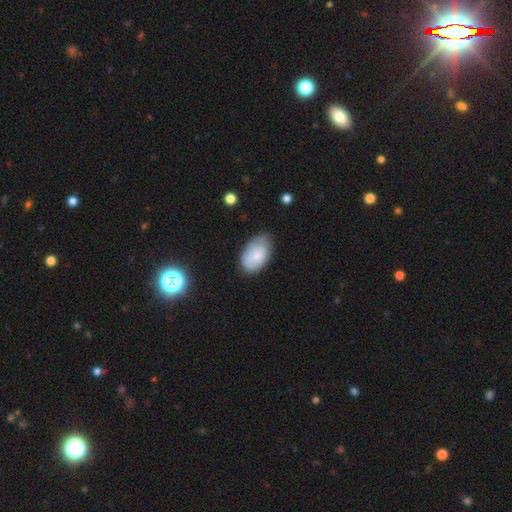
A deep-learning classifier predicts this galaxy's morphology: smooth 71%, featured or disk 22%, star or artifact 7%. Down the decision tree: how rounded — in between (91%); merging — none (57%).